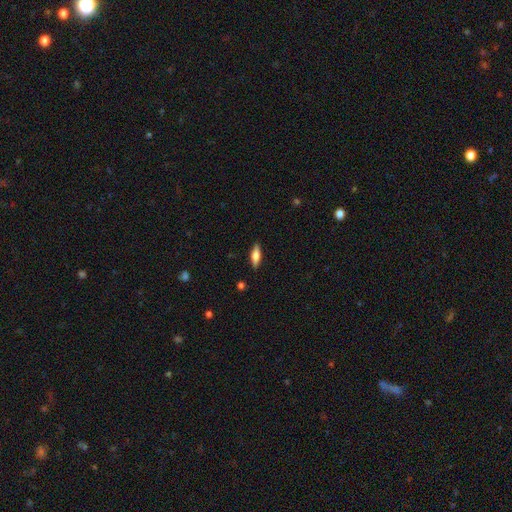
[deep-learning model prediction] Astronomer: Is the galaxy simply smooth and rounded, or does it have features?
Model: smooth — 60%.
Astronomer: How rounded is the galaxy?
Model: in between — 49% (runner-up: cigar-shaped, 48%).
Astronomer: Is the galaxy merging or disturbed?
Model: none — 89%.